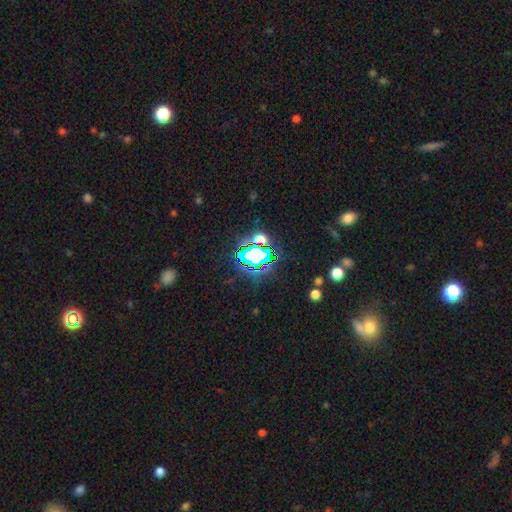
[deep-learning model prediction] Smooth or featured? star or artifact (67%)